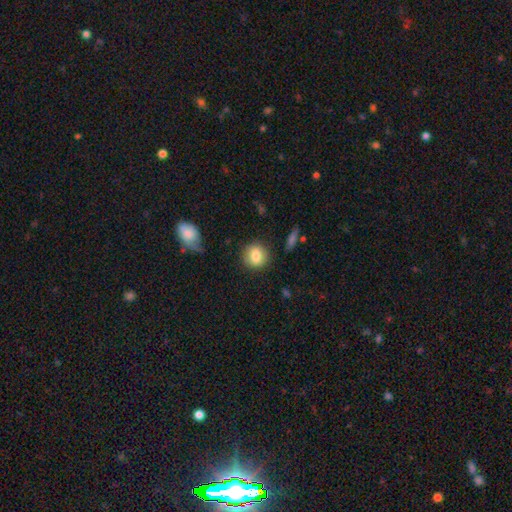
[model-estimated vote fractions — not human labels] Smooth or featured? Predicted: smooth (p=0.82). How rounded? Predicted: round (p=0.81). Merging? Predicted: none (p=0.84).